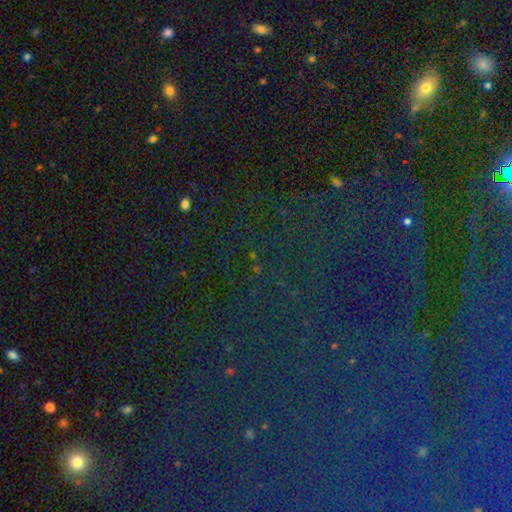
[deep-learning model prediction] Morphology: type=star or artifact (83%).